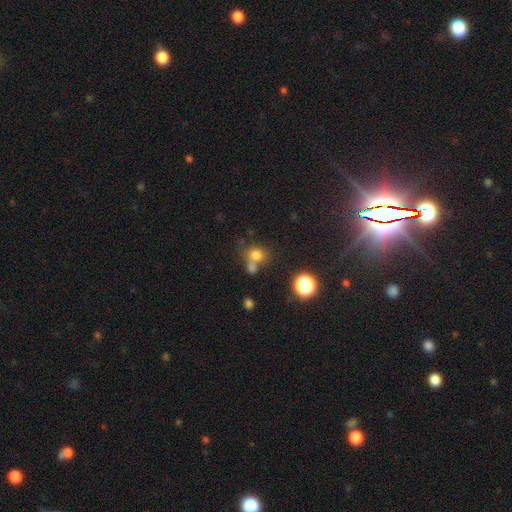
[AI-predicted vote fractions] smooth-or-featured: smooth: 73% | star or artifact: 17% | featured or disk: 10%
  how-rounded: round: 74% | in between: 25% | cigar-shaped: 1%
  merging: none: 46% | merger: 39% | minor disturbance: 10% | major disturbance: 5%